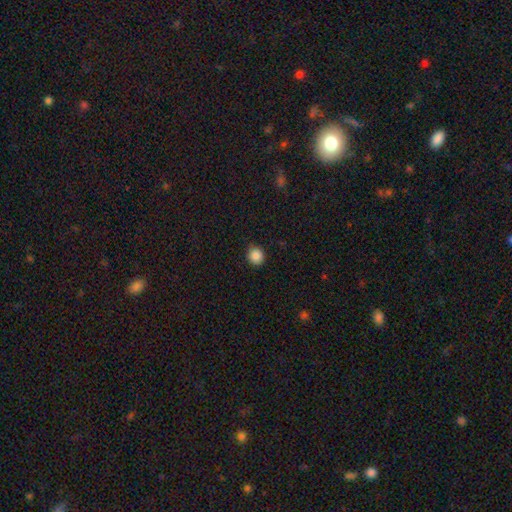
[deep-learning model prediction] smooth 86%, star or artifact 10%, featured or disk 4%. Down the decision tree: how rounded — round (87%); merging — none (89%).